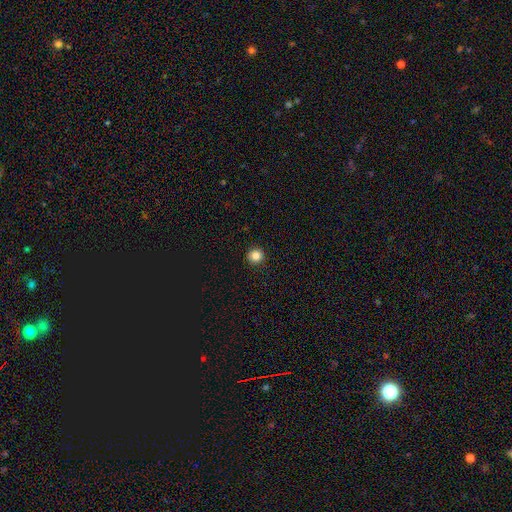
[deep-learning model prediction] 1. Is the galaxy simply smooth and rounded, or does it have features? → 84% smooth, 11% star or artifact, 4% featured or disk.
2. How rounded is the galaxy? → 93% round, 6% in between, 1% cigar-shaped.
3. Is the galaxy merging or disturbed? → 92% none, 5% minor disturbance, 2% major disturbance, 1% merger.